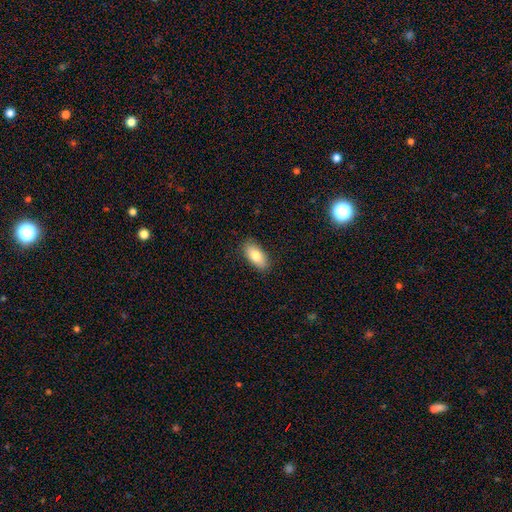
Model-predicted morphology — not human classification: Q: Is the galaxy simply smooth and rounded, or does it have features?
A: smooth — 80%.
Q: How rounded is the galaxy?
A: in between — 89%.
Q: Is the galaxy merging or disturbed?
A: none — 87%.